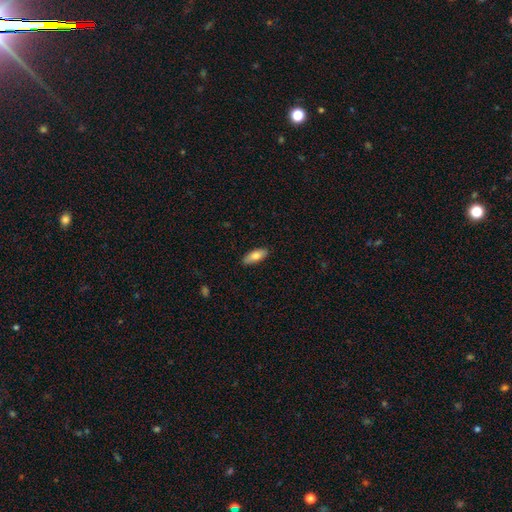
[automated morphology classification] type=smooth (78%); roundness=in between (81%); merging=none (86%).